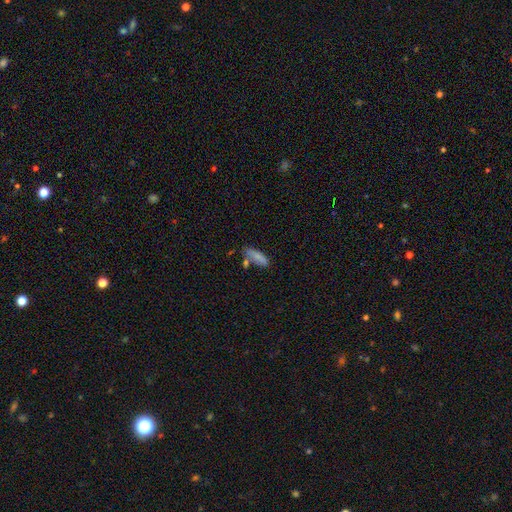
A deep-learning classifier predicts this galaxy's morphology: smooth-or-featured: smooth: 71% | featured or disk: 15% | star or artifact: 14%
  how-rounded: cigar-shaped: 56% | in between: 41% | round: 3%
  merging: none: 61% | minor disturbance: 20% | merger: 12% | major disturbance: 7%